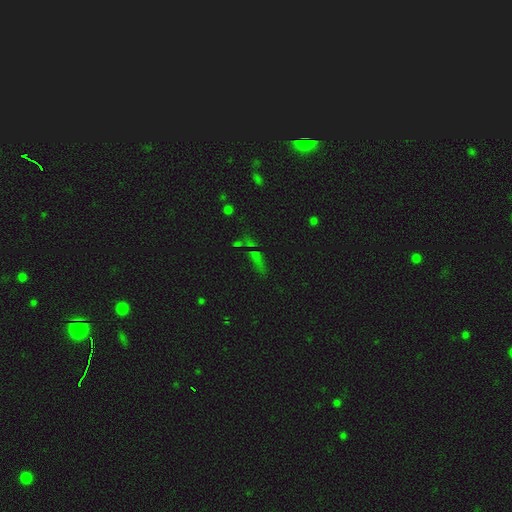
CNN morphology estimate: Q: Smooth or featured?
A: star or artifact (54%); runner-up: smooth (33%)